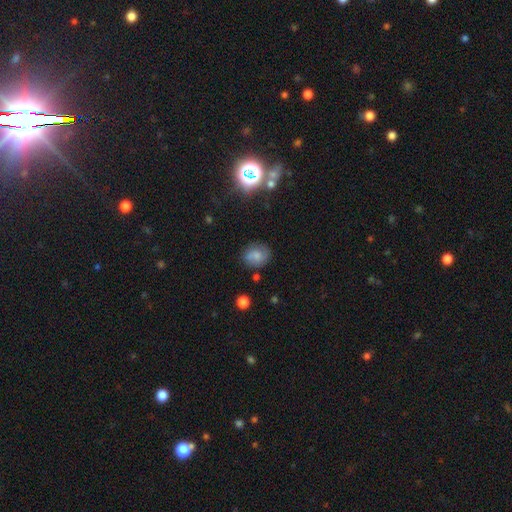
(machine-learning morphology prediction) A smooth galaxy with no disk features (62%) that is round (62%).

Vote fractions:
- Smooth or featured? smooth: 62% / featured or disk: 25% / star or artifact: 13%
- How rounded? round: 62% / in between: 37% / cigar-shaped: 1%
- Merging? none: 70% / minor disturbance: 19% / major disturbance: 6% / merger: 5%